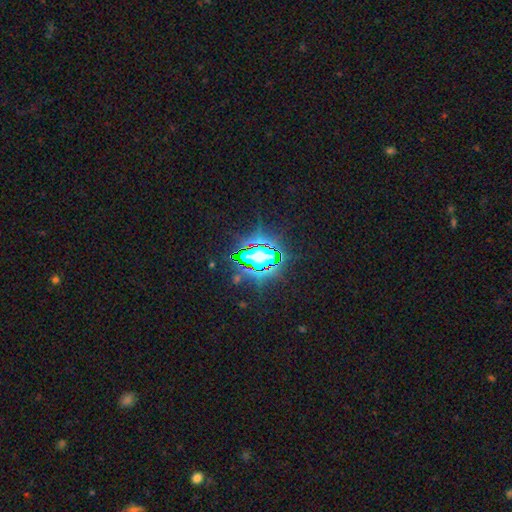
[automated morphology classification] Smooth or featured?
  - star or artifact: 84% *
  - smooth: 9%
  - featured or disk: 7%